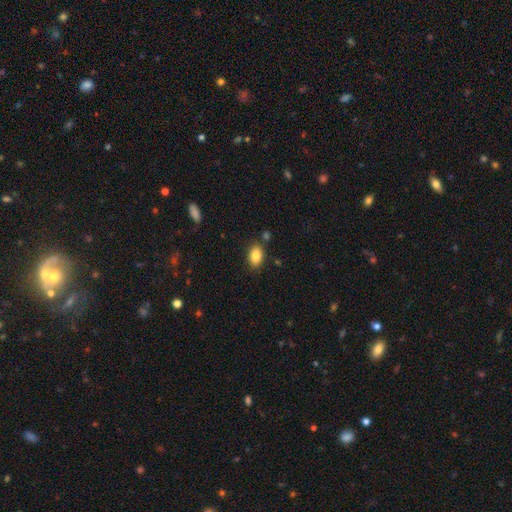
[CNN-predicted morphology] smooth-or-featured: smooth: 86% | star or artifact: 8% | featured or disk: 6%
  how-rounded: in between: 87% | round: 12% | cigar-shaped: 2%
  merging: none: 83% | minor disturbance: 10% | merger: 4% | major disturbance: 3%